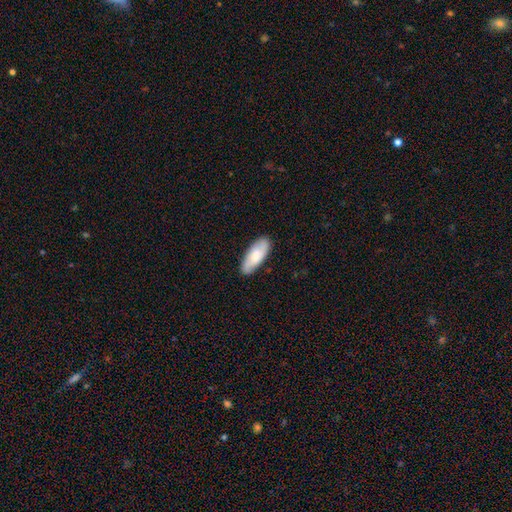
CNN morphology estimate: smooth-or-featured: smooth: 69% | featured or disk: 25% | star or artifact: 6%
  how-rounded: in between: 74% | cigar-shaped: 24% | round: 2%
  merging: none: 85% | minor disturbance: 11% | major disturbance: 2% | merger: 1%